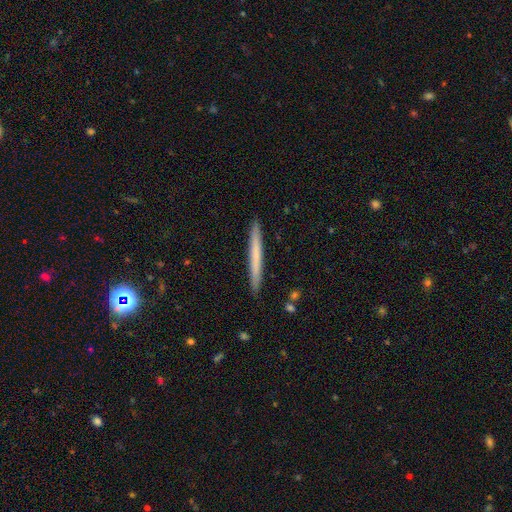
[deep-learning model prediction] Morphology: type=smooth (63%); roundness=cigar-shaped (97%); merging=none (92%).